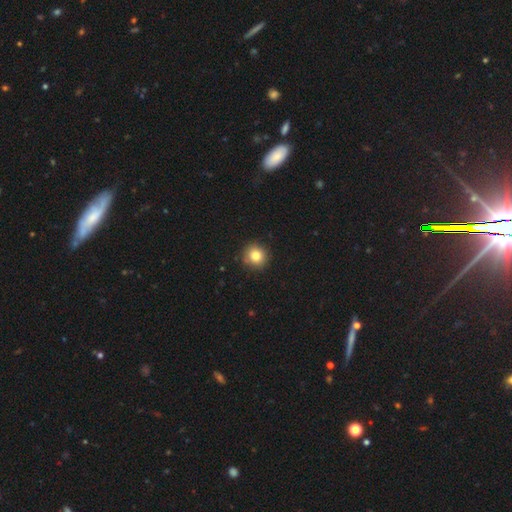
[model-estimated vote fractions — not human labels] Morphology: type=smooth (82%); roundness=round (93%); merging=none (89%).